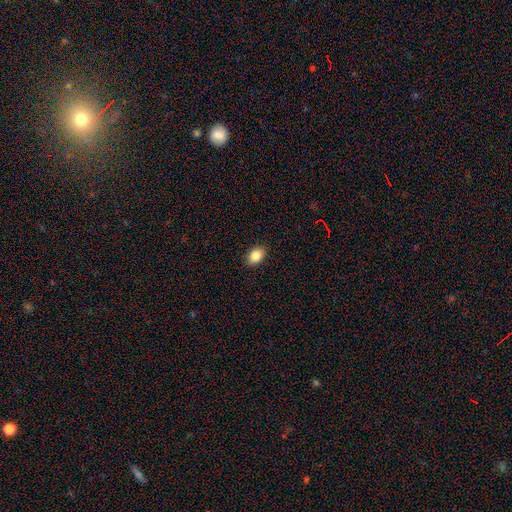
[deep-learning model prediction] A smooth galaxy with no disk features (85%) that is in between round and cigar-shaped (79%). Merging: none (90%).